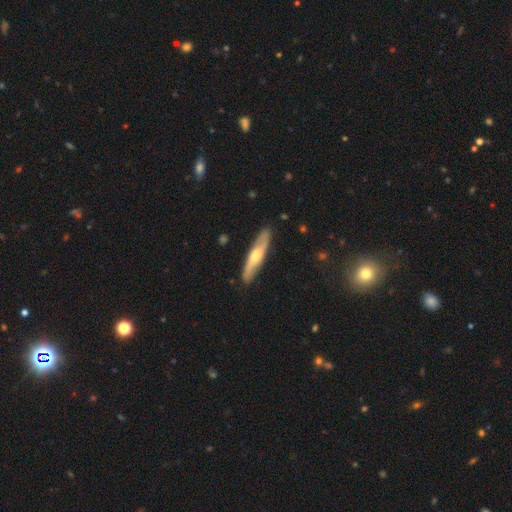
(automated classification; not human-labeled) Smooth or featured?
  - featured or disk: 53% *
  - smooth: 42%
  - star or artifact: 5%
Edge-on disk?
  - yes: 66% *
  - no: 34%
Merging?
  - none: 88% *
  - minor disturbance: 9%
  - major disturbance: 2%
  - merger: 1%